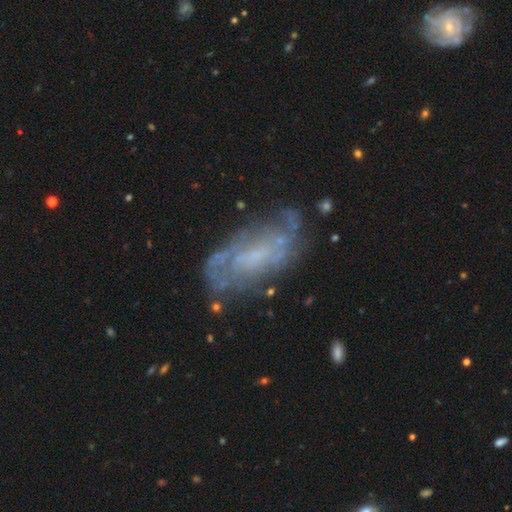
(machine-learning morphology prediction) A featured or disk galaxy (73%) with no bar (54%), medium (39%) spiral arms (74%) and a small central bulge (47%). Merging: none (63%).